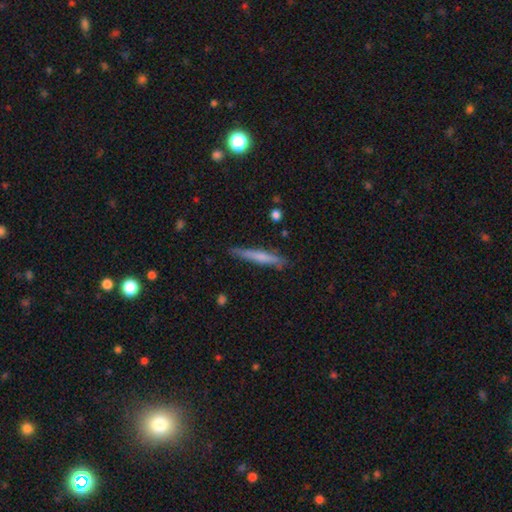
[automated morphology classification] A smooth galaxy with no disk features (55%) that is cigar-shaped (95%).

Vote fractions:
- Smooth or featured? smooth: 55% / featured or disk: 39% / star or artifact: 7%
- How rounded? cigar-shaped: 95% / in between: 3% / round: 2%
- Merging? none: 86% / minor disturbance: 11% / major disturbance: 2% / merger: 1%